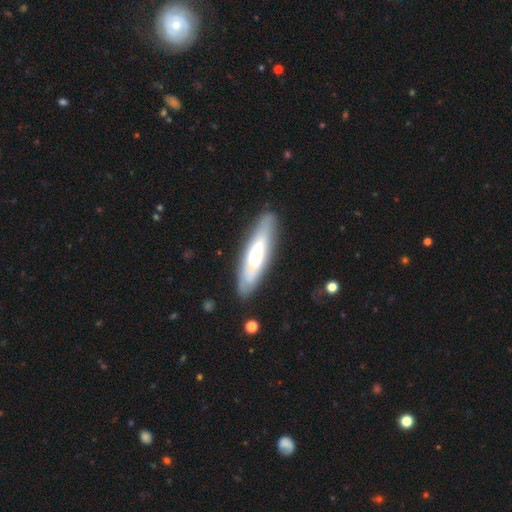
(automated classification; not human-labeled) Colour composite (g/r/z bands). It shows a smooth galaxy with no disk features (48%). Merging: none (84%).